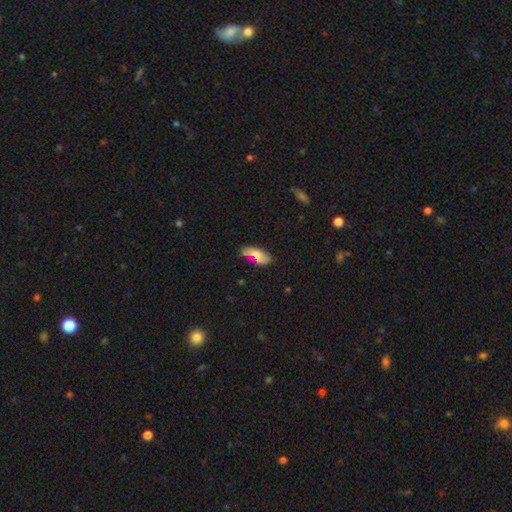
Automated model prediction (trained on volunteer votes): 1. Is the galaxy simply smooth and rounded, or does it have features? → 71% smooth, 20% featured or disk, 8% star or artifact.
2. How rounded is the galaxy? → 84% in between, 13% cigar-shaped, 3% round.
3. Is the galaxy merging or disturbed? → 69% none, 22% minor disturbance, 5% merger, 5% major disturbance.